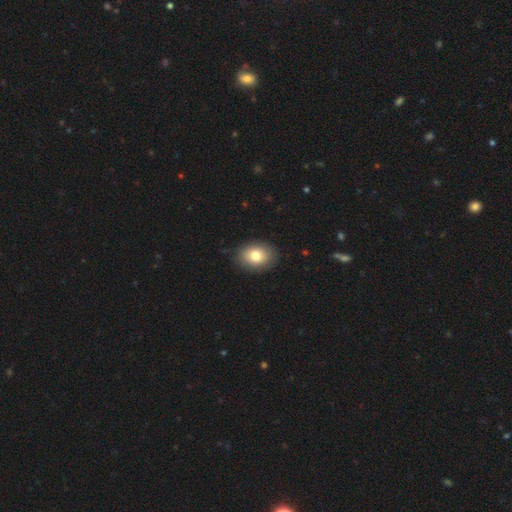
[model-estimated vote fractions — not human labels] Smooth or featured? Predicted: smooth (p=0.80). How rounded? Predicted: in between (p=0.70). Merging? Predicted: none (p=0.88).